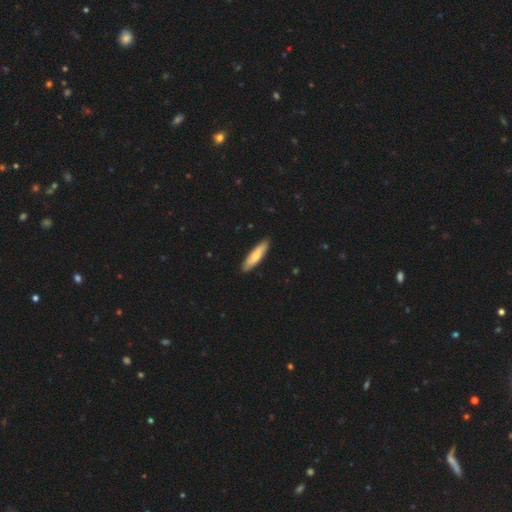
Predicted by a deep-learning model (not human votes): smooth-or-featured: smooth: 73% | featured or disk: 23% | star or artifact: 5%
  how-rounded: cigar-shaped: 72% | in between: 27% | round: 1%
  merging: none: 88% | minor disturbance: 9% | major disturbance: 2% | merger: 1%